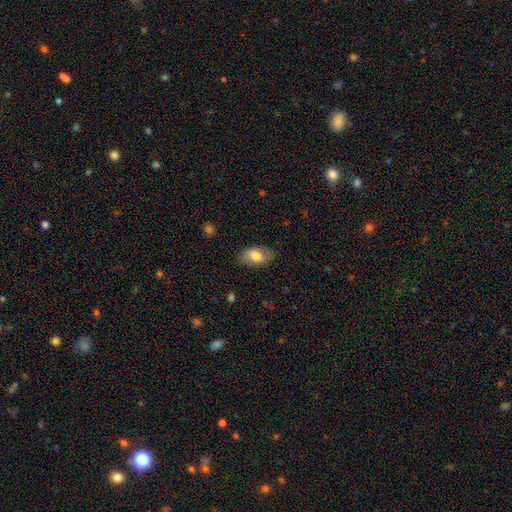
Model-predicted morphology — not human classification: Q: Smooth or featured?
A: smooth (75%); runner-up: featured or disk (18%)
Q: How rounded?
A: in between (92%); runner-up: round (6%)
Q: Merging?
A: none (80%); runner-up: minor disturbance (15%)